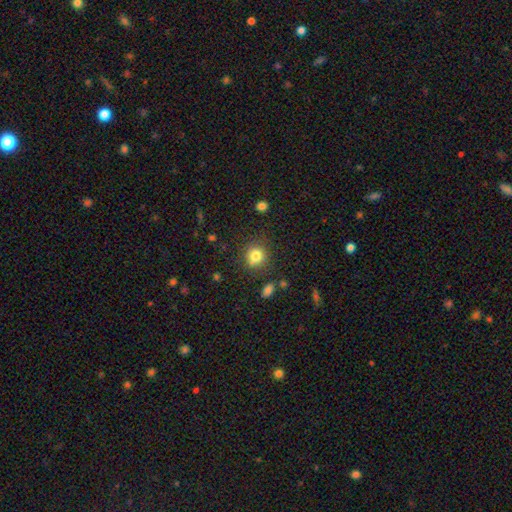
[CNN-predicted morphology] Overall: smooth (82%). How rounded: round (85%). Merging: none (80%).